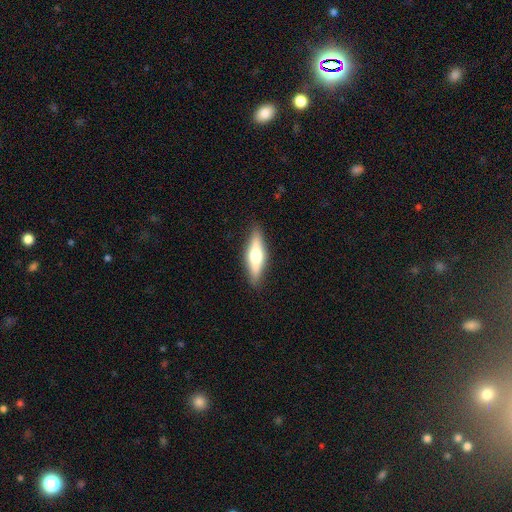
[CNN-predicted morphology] A featured or disk galaxy (50%).

Vote fractions:
- Smooth or featured? featured or disk: 50% / smooth: 44% / star or artifact: 6%
- Merging? none: 88% / minor disturbance: 9% / major disturbance: 2% / merger: 1%